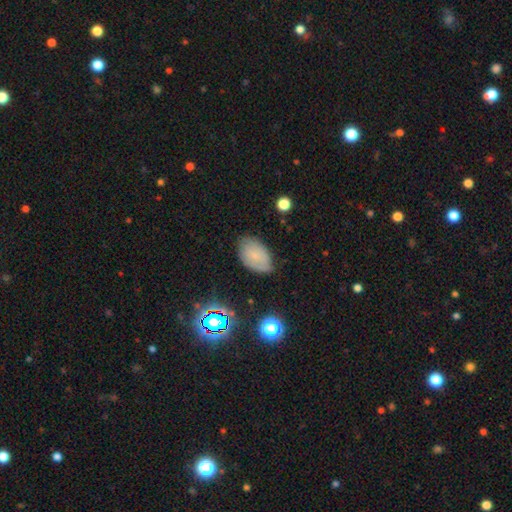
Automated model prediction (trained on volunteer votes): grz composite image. It shows a smooth galaxy with no disk features (65%) that is in between round and cigar-shaped (91%). Merging: none (71%).